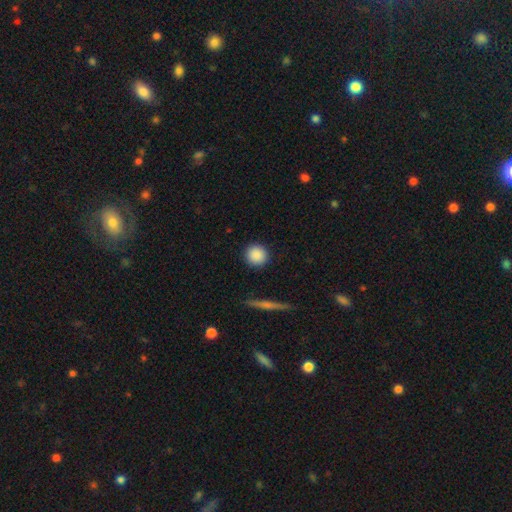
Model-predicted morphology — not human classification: Smooth or featured? smooth (88%)
How rounded? round (93%)
Merging? none (91%)